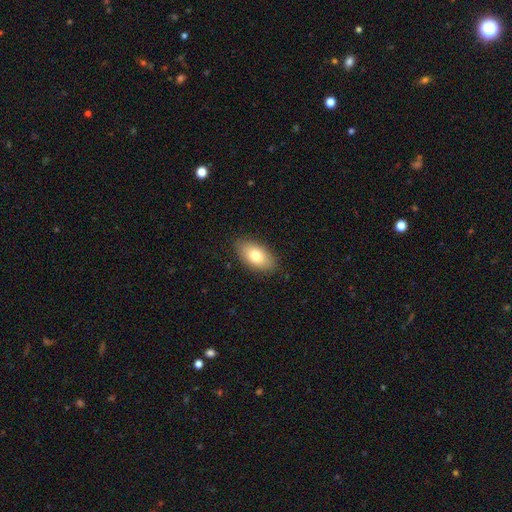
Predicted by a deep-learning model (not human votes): This is likely a smooth galaxy (78%). How rounded: clearly in between (93%). Merging: clearly none (86%).